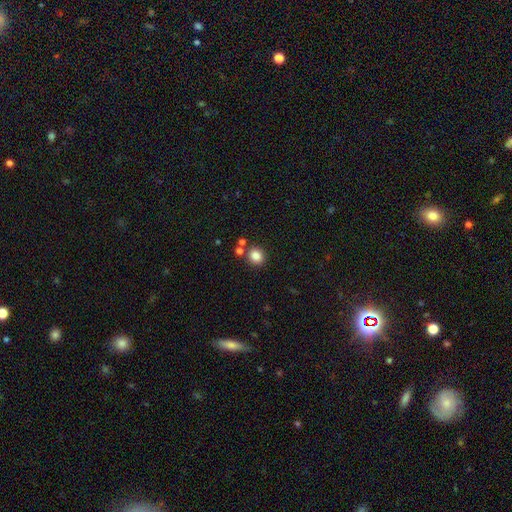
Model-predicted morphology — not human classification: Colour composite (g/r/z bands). It shows a smooth galaxy with no disk features (84%) that is round (79%). Merging: none (78%).